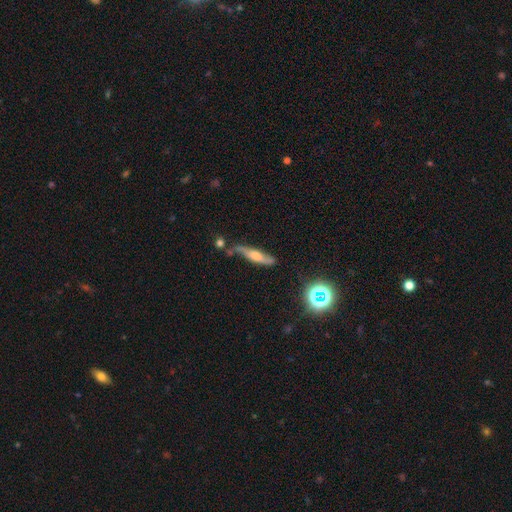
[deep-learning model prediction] This appears to be a featured or disk galaxy (60%) viewed edge-on (70%). Merging: none (64%).